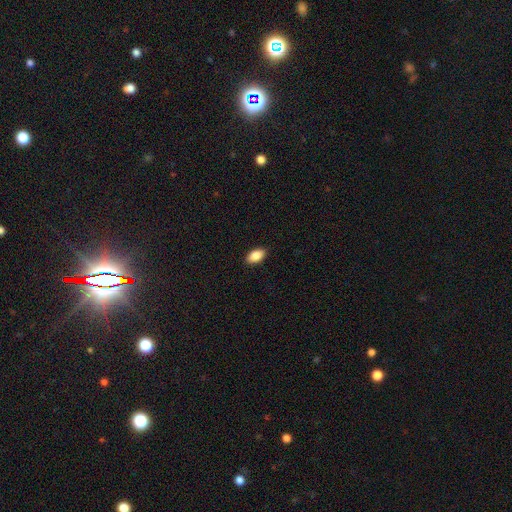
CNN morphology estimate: Q: Smooth or featured?
A: smooth (87%); runner-up: star or artifact (7%)
Q: How rounded?
A: in between (93%); runner-up: round (5%)
Q: Merging?
A: none (89%); runner-up: minor disturbance (8%)